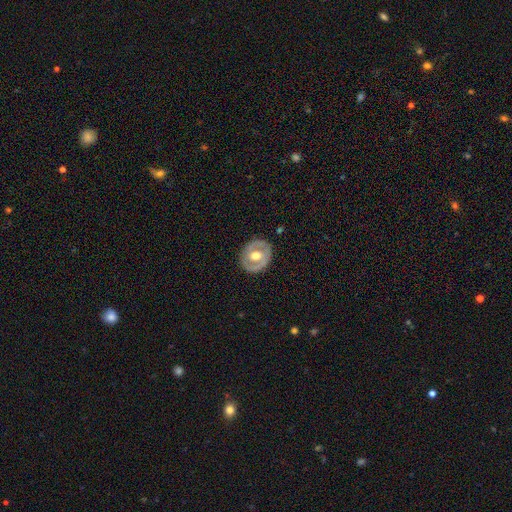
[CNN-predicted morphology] featured or disk 61%, smooth 34%, star or artifact 5%. Down the decision tree: edge-on disk — no (95%); bar — no (61%); spiral arms — no (66%); bulge size — moderate (72%); merging — none (84%).